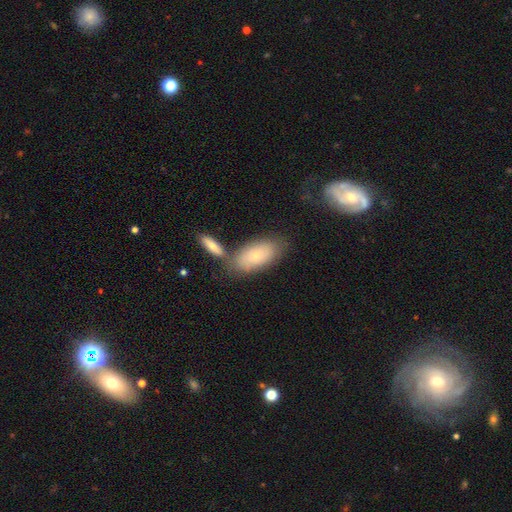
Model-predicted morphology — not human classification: Smooth or featured?
  - smooth: 74% *
  - featured or disk: 19%
  - star or artifact: 6%
How rounded?
  - in between: 90% *
  - cigar-shaped: 7%
  - round: 3%
Merging?
  - none: 56% *
  - merger: 24%
  - minor disturbance: 15%
  - major disturbance: 5%